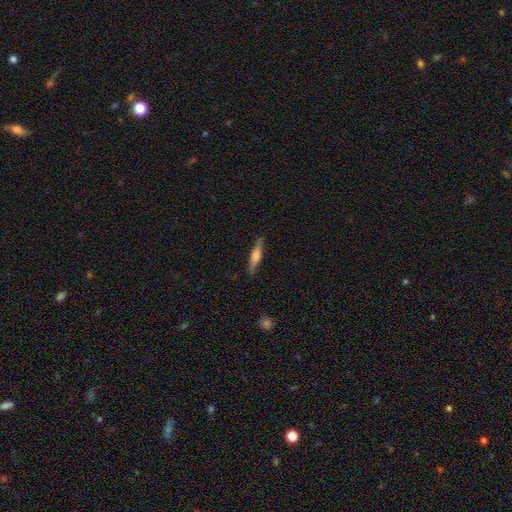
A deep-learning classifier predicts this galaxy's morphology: Smooth or featured? featured or disk (54%)
Edge-on disk? yes (96%)
Edge-on bulge? rounded (71%)
Merging? none (88%)